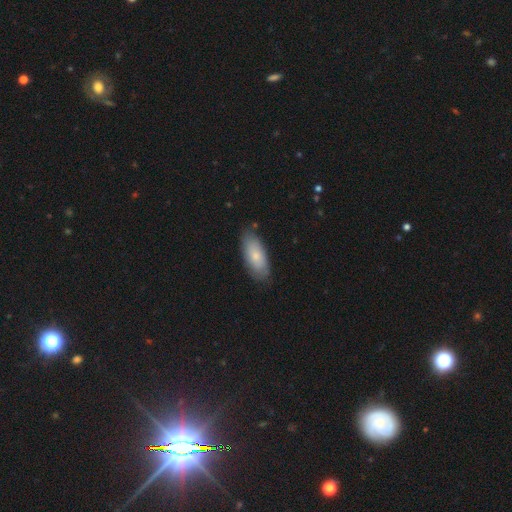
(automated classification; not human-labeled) A smooth galaxy with no disk features (74%) that is in between round and cigar-shaped (86%). Merging: none (78%).